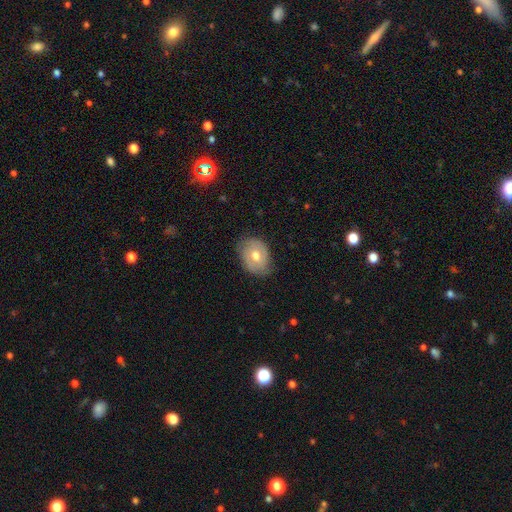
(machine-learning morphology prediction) smooth 55%, featured or disk 38%, star or artifact 7%. Down the decision tree: how rounded — in between (67%); merging — none (71%).